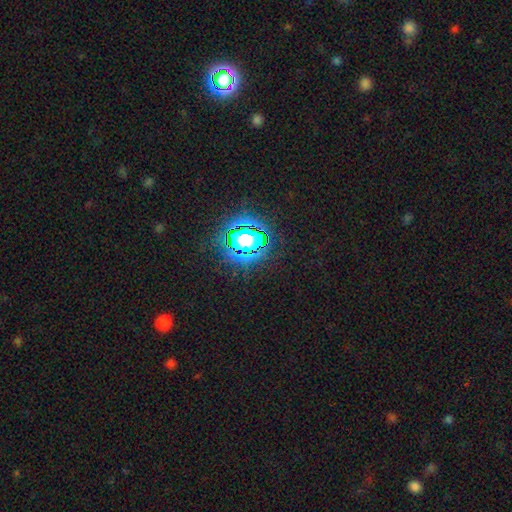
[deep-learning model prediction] Morphology: type=star or artifact (82%).